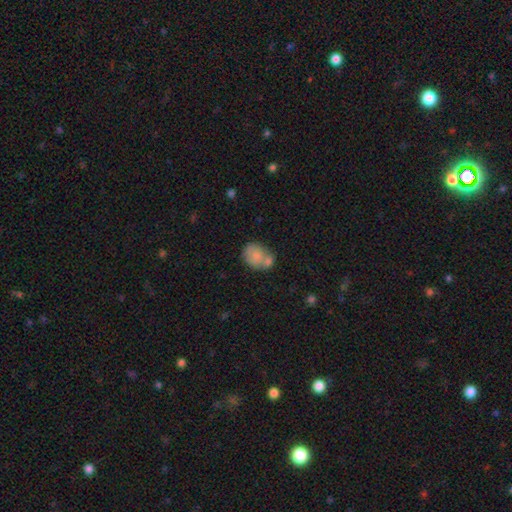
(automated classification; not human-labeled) The model was most divided on "merging": merger: 40%, none: 38%, minor disturbance: 16%, major disturbance: 6%. More confident: smooth or featured — smooth (77%); how rounded — round (56%).